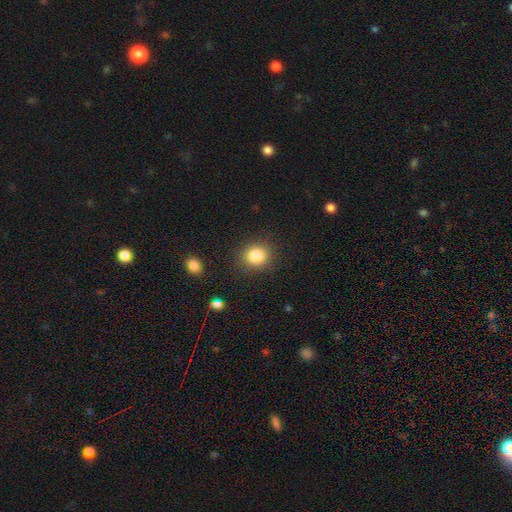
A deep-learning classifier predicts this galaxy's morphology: Smooth or featured? Predicted: smooth (p=0.84). How rounded? Predicted: round (p=0.80). Merging? Predicted: none (p=0.87).